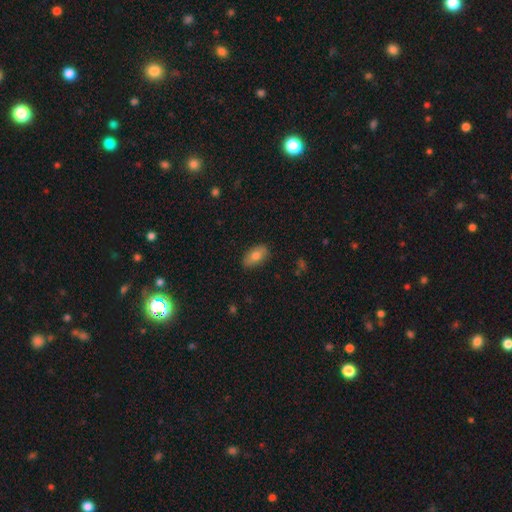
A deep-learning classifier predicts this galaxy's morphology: Smooth or featured? smooth (75%)
How rounded? in between (91%)
Merging? none (85%)